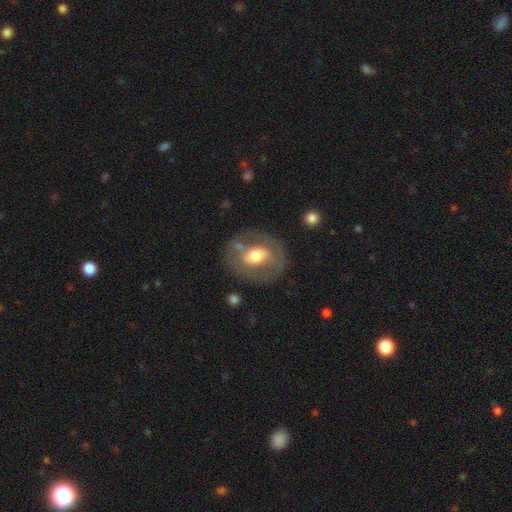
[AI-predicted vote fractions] Overall: featured or disk (53%; smooth 41%). Edge-on disk: no (93%). Merging: none (73%).